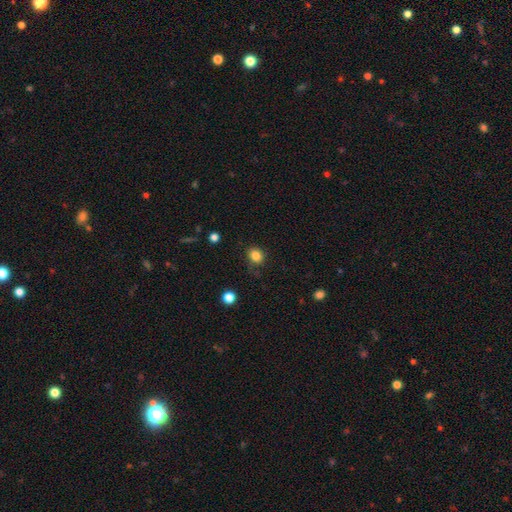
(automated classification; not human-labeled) Smooth or featured? Predicted: smooth (p=0.83). How rounded? Predicted: round (p=0.68). Merging? Predicted: none (p=0.77).